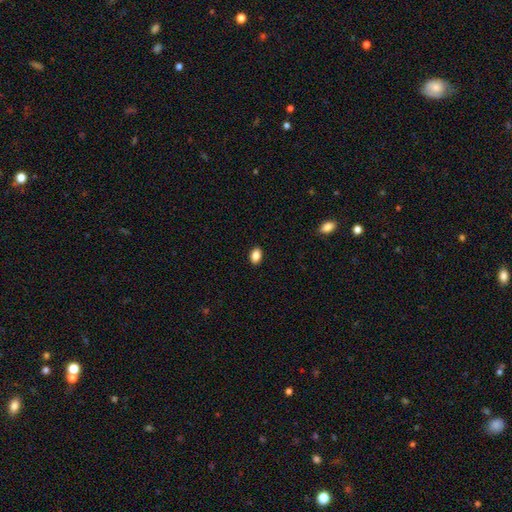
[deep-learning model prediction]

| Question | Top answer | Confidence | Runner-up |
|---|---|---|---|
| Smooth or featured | smooth | 87% | star or artifact (8%) |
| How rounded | in between | 88% | round (10%) |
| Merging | none | 90% | minor disturbance (7%) |